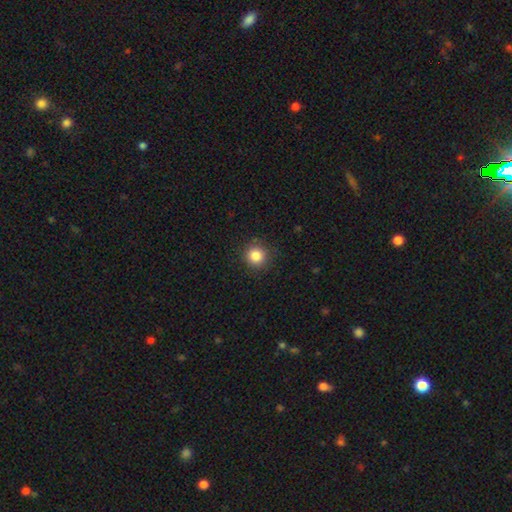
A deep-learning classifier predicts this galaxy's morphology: Overall: smooth (85%). How rounded: round (93%). Merging: none (89%).